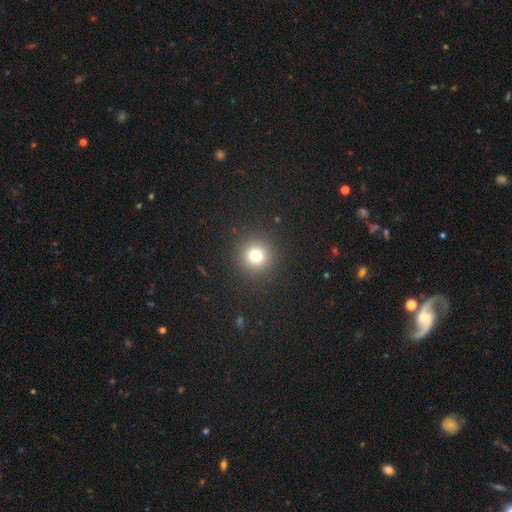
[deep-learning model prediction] Smooth or featured? Predicted: smooth (p=0.76). How rounded? Predicted: round (p=0.95). Merging? Predicted: none (p=0.92).